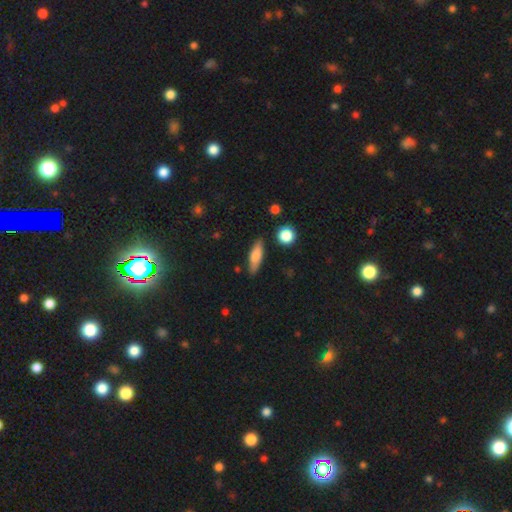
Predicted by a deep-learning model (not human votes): A smooth galaxy with no disk features (70%) that is cigar-shaped (52%).

Vote fractions:
- Smooth or featured? smooth: 70% / featured or disk: 23% / star or artifact: 7%
- How rounded? cigar-shaped: 52% / in between: 45% / round: 3%
- Merging? none: 83% / minor disturbance: 12% / major disturbance: 3% / merger: 3%